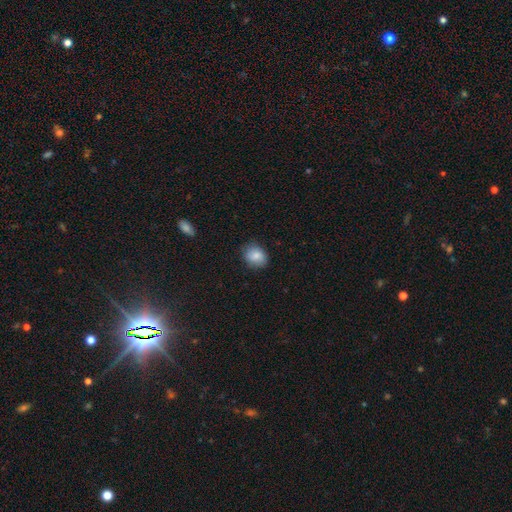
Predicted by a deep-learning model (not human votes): smooth-or-featured: smooth: 84% | featured or disk: 8% | star or artifact: 8%
  how-rounded: round: 55% | in between: 44% | cigar-shaped: 1%
  merging: none: 80% | minor disturbance: 15% | major disturbance: 3% | merger: 1%